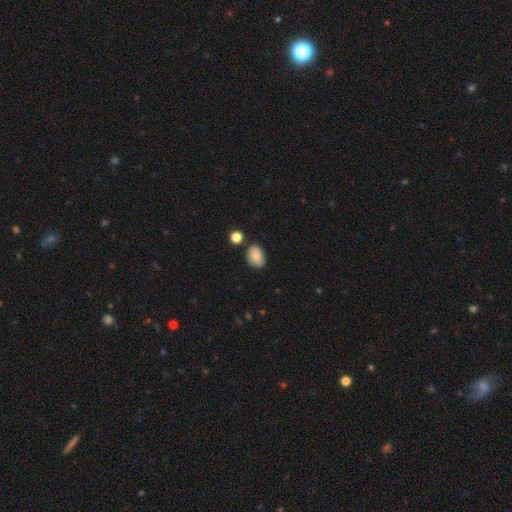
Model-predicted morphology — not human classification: smooth 80%, featured or disk 12%, star or artifact 9%. Down the decision tree: how rounded — in between (81%); merging — none (71%).